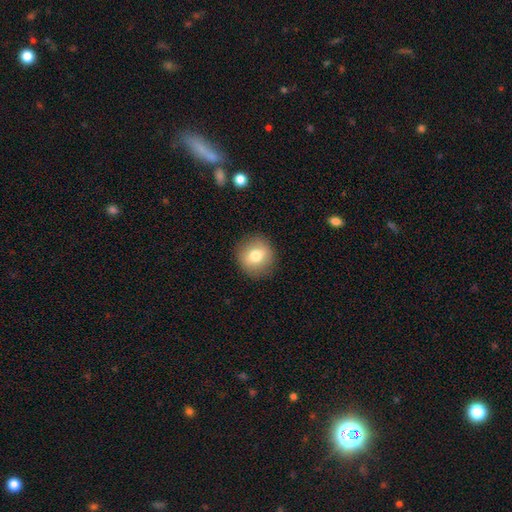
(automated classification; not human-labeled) The model was most divided on "smooth or featured": smooth: 75%, featured or disk: 16%, star or artifact: 9%. More confident: how rounded — round (90%); merging — none (89%).